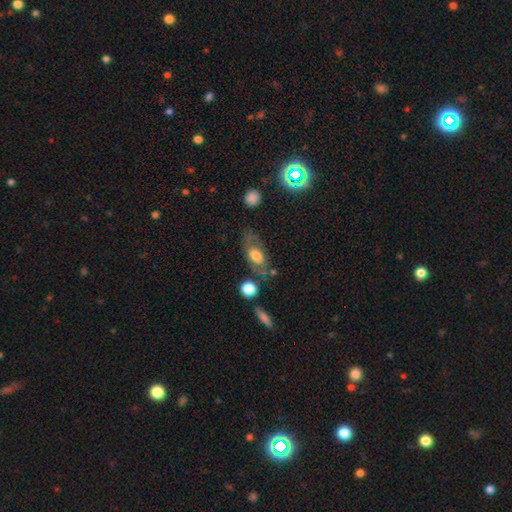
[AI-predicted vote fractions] Overall: smooth (51%; featured or disk 41%). How rounded: in between (82%). Merging: none (59%; minor disturbance 21%).